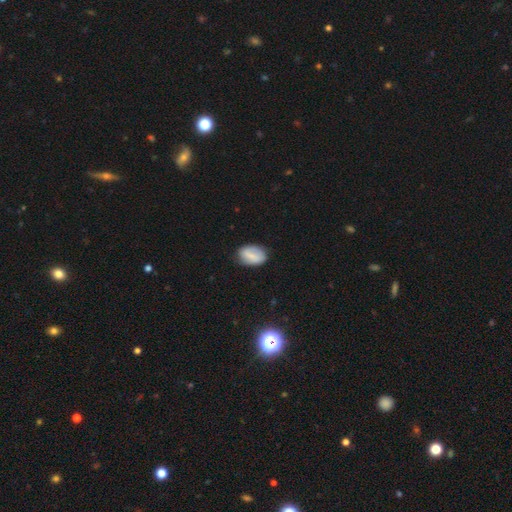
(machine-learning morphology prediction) This appears to be a smooth galaxy with no disk features (69%) that is in between round and cigar-shaped (89%). Merging: none (75%).